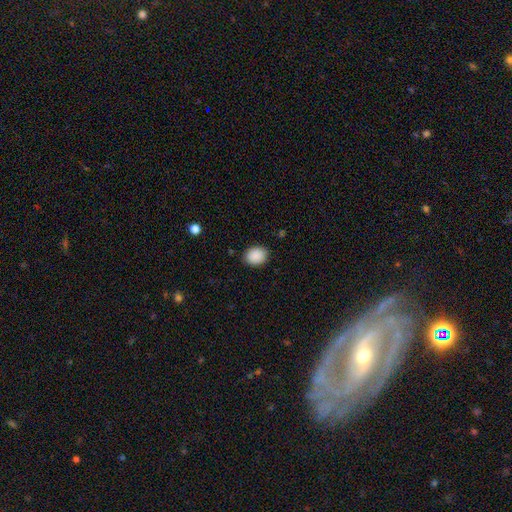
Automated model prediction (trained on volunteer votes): Smooth or featured? smooth (90%)
How rounded? in between (54%)
Merging? none (87%)